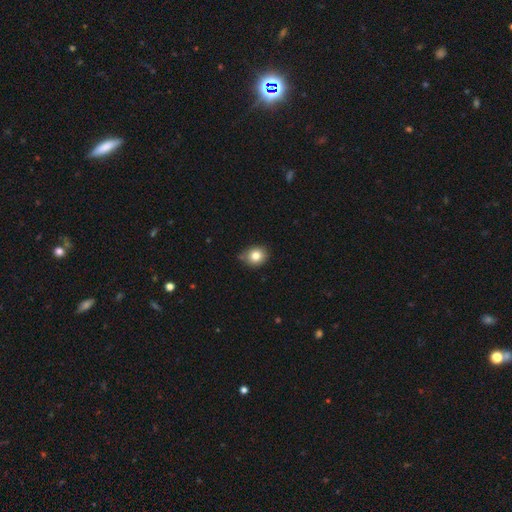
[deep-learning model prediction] Smooth or featured? smooth (80%)
How rounded? round (66%)
Merging? none (72%)